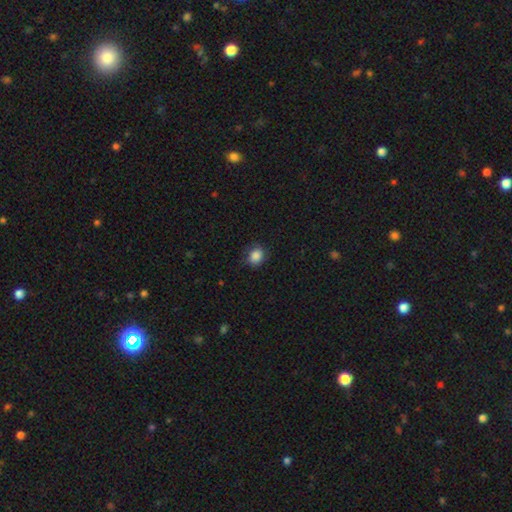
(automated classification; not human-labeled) Smooth or featured? smooth (86%)
How rounded? round (58%)
Merging? none (77%)